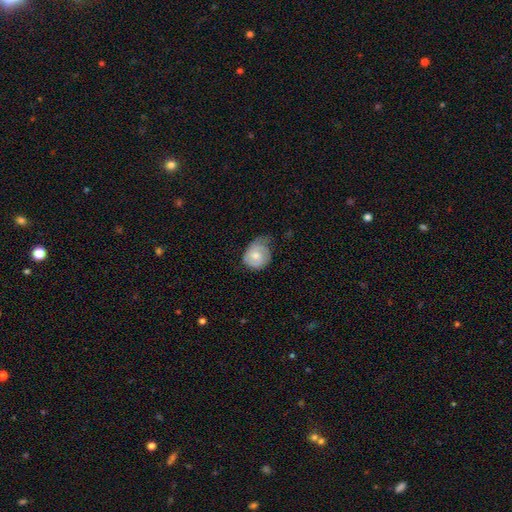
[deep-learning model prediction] Overall: smooth (57%; featured or disk 36%). How rounded: round (63%; in between 36%). Merging: minor disturbance (42%; none 35%).